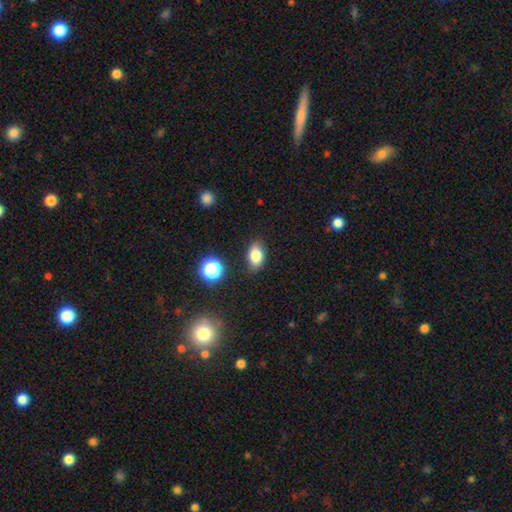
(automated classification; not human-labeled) A smooth galaxy with no disk features (81%) that is in between round and cigar-shaped (85%). Merging: none (82%).